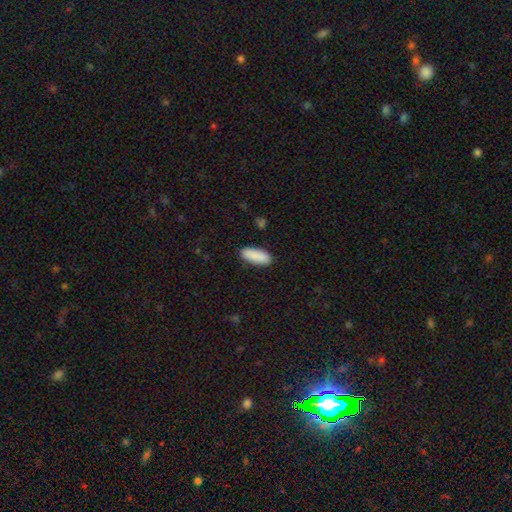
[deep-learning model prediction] A smooth galaxy with no disk features (90%) that is in between round and cigar-shaped (77%).

Vote fractions:
- Smooth or featured? smooth: 90% / star or artifact: 6% / featured or disk: 4%
- How rounded? in between: 77% / cigar-shaped: 21% / round: 2%
- Merging? none: 88% / minor disturbance: 9% / major disturbance: 2% / merger: 1%